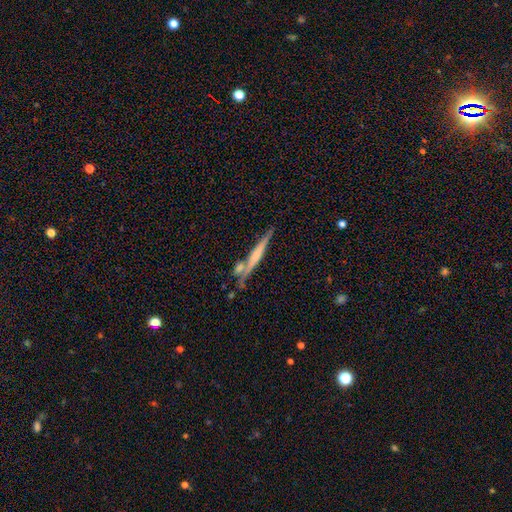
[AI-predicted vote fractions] A featured or disk galaxy (55%) viewed edge-on (96%) with no central bulge (52%). Merging: none (71%).